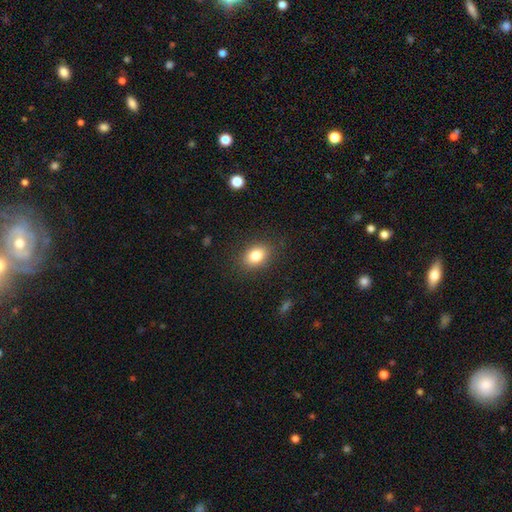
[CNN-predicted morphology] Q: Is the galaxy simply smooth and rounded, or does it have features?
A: smooth — 82%.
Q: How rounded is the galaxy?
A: in between — 71%.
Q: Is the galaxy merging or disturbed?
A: none — 86%.